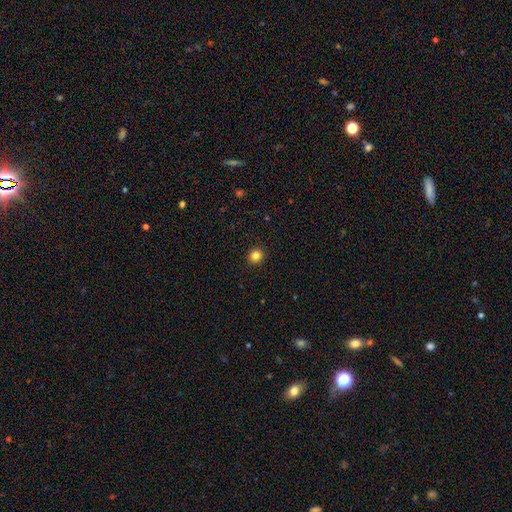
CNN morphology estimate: Q: Smooth or featured?
A: smooth (84%); runner-up: star or artifact (12%)
Q: How rounded?
A: round (91%); runner-up: in between (8%)
Q: Merging?
A: none (93%); runner-up: minor disturbance (4%)